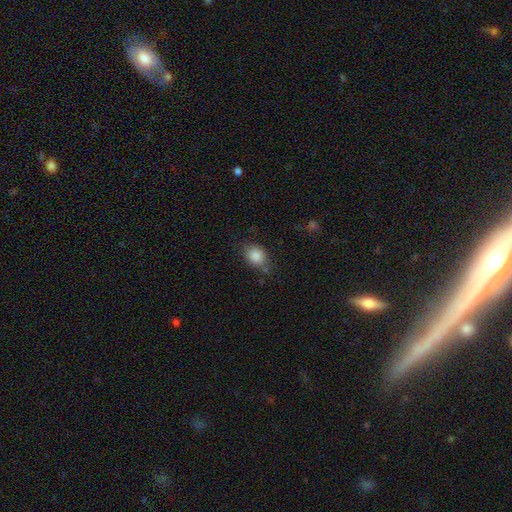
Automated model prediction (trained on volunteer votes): Smooth or featured? Predicted: smooth (p=0.85). How rounded? Predicted: in between (p=0.55). Merging? Predicted: none (p=0.64).